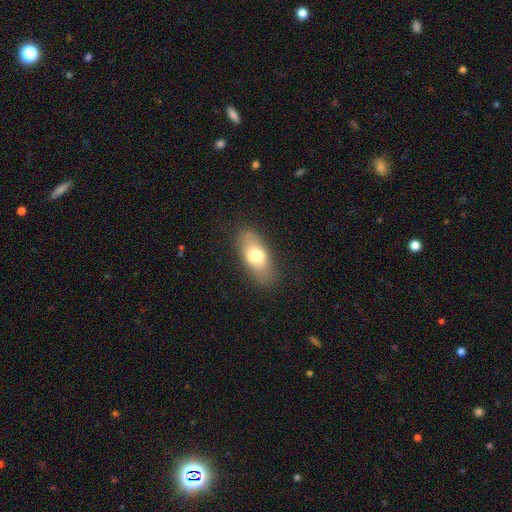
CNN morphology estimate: smooth 70%, featured or disk 22%, star or artifact 8%. Down the decision tree: how rounded — in between (85%); merging — none (81%).